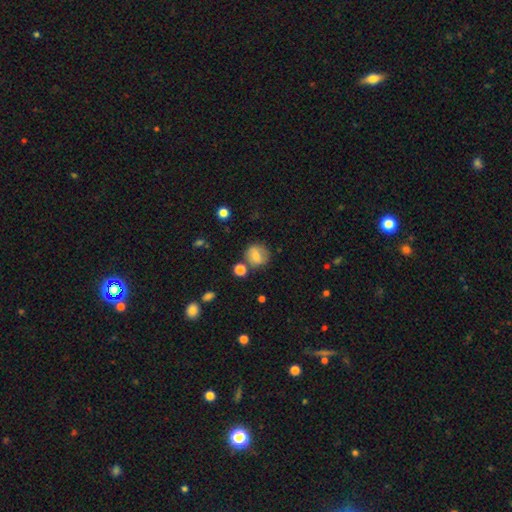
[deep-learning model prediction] Smooth or featured? smooth (60%)
How rounded? round (78%)
Merging? none (73%)